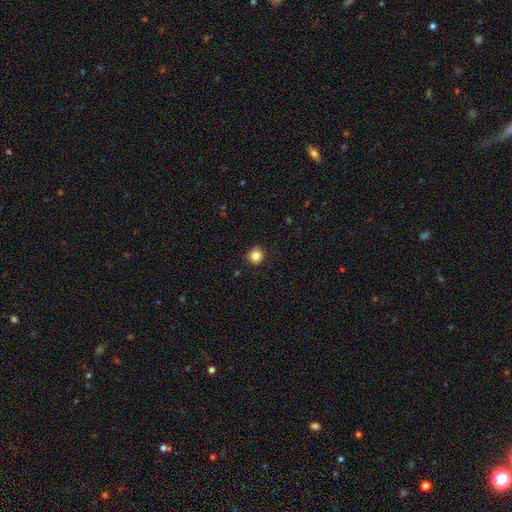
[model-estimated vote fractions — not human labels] Morphology: type=smooth (85%); roundness=round (92%); merging=none (90%).